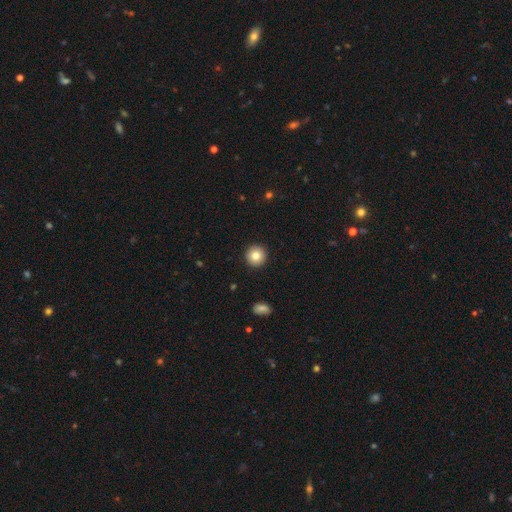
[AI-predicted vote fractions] Overall: smooth (83%). How rounded: round (95%). Merging: none (93%).